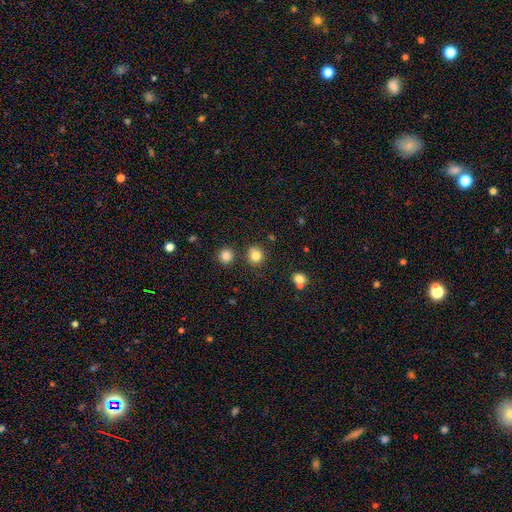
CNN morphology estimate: smooth 82%, star or artifact 12%, featured or disk 6%. Down the decision tree: how rounded — round (90%); merging — none (81%).